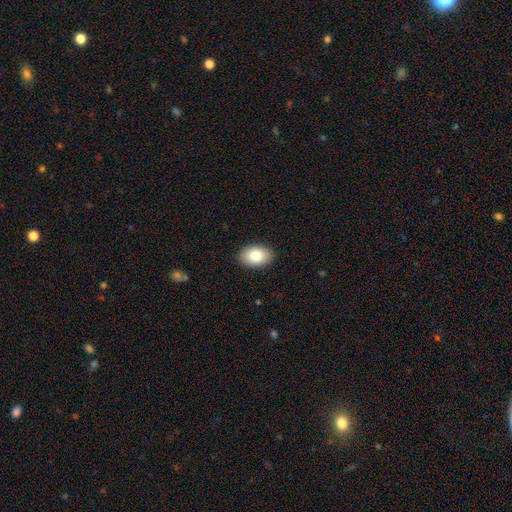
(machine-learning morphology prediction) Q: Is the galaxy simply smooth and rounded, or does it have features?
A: smooth — 81%.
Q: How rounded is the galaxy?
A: in between — 85%.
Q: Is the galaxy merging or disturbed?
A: none — 89%.